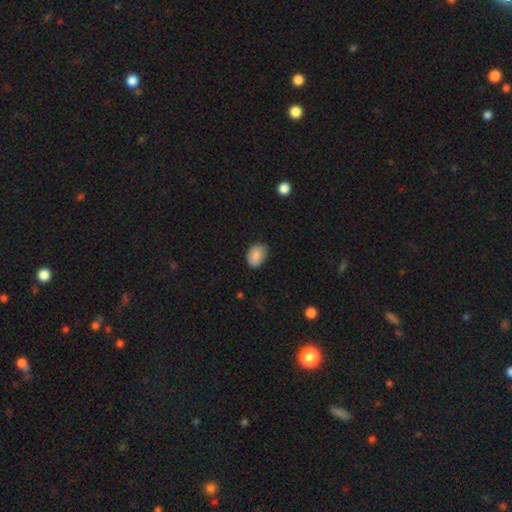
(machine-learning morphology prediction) The model was most divided on "merging": none: 73%, minor disturbance: 22%, major disturbance: 3%, merger: 1%. More confident: smooth or featured — smooth (86%); how rounded — in between (78%).